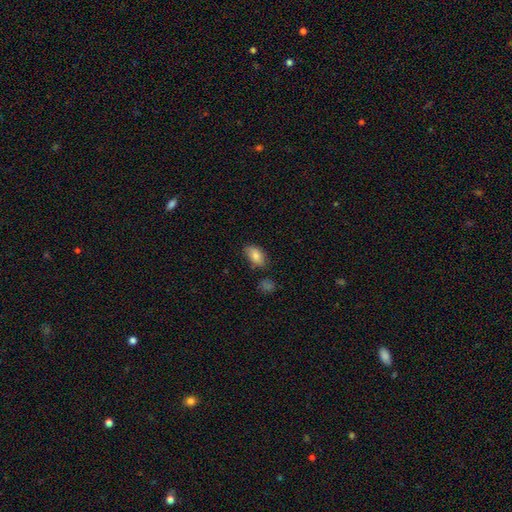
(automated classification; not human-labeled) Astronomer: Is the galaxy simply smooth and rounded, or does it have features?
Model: smooth — 82%.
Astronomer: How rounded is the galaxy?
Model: in between — 91%.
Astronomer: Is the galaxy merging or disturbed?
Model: none — 70%.